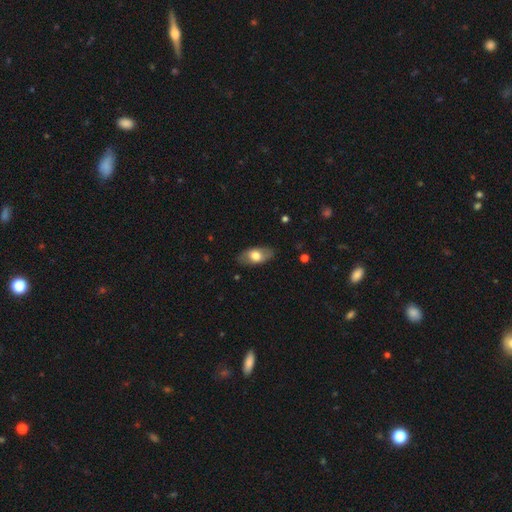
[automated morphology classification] smooth 66%, featured or disk 27%, star or artifact 6%. Down the decision tree: how rounded — in between (91%); merging — none (83%).